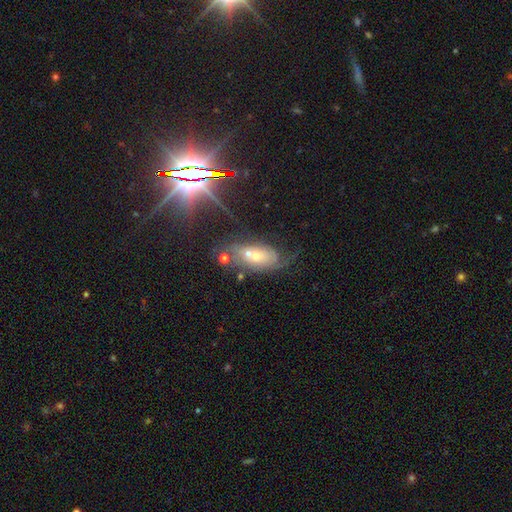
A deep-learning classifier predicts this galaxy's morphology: Smooth or featured? featured or disk (47%)
Merging? none (42%)